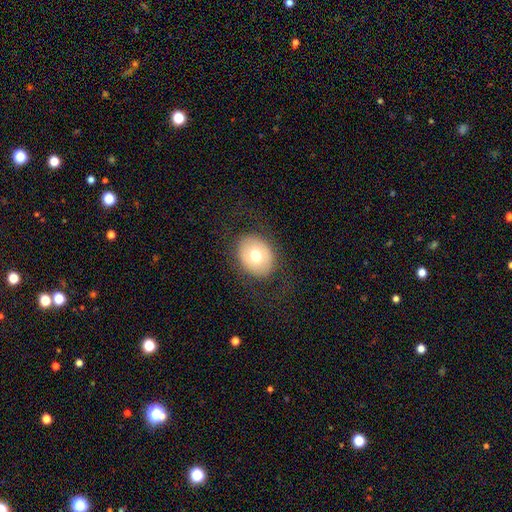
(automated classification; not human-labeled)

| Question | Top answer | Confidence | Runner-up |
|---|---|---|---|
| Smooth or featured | smooth | 66% | featured or disk (26%) |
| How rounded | in between | 55% | round (44%) |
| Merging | none | 81% | minor disturbance (11%) |